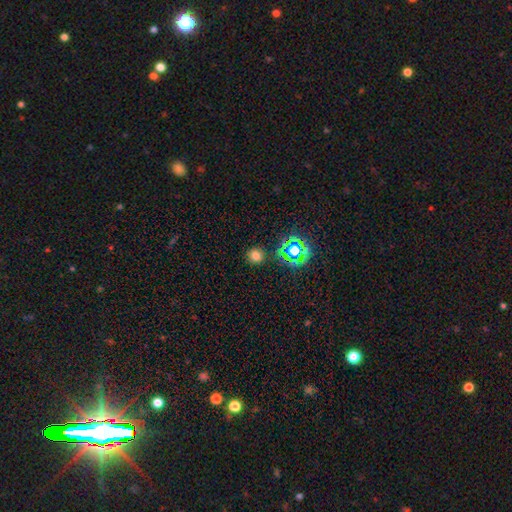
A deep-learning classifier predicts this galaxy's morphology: type=smooth (71%); roundness=round (88%); merging=none (88%).